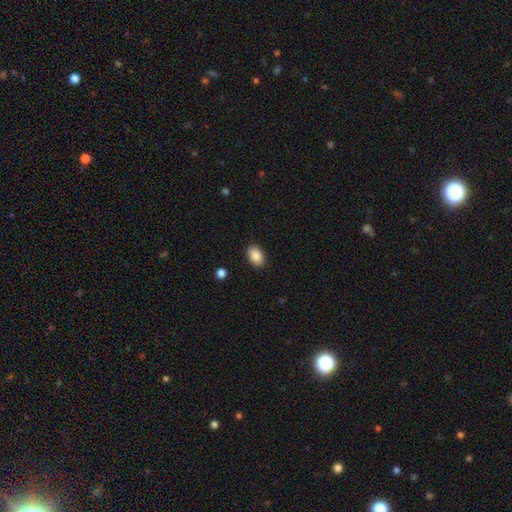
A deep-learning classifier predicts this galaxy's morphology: This is clearly a smooth galaxy (87%). How rounded: clearly in between (86%). Merging: clearly none (89%).